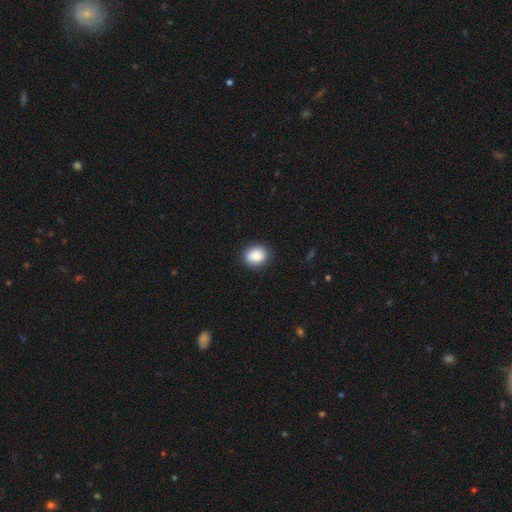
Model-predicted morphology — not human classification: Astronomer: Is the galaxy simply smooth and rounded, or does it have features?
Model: smooth — 88%.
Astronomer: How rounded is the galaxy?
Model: round — 54% (runner-up: in between, 45%).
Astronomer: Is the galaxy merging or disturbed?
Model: none — 86%.